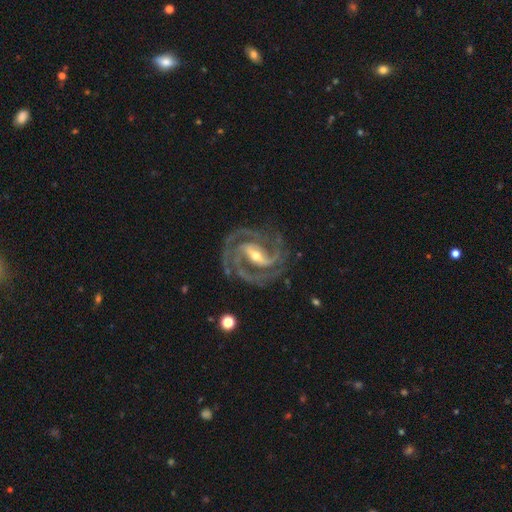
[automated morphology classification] Overall: featured or disk (90%). Edge-on disk: no (96%). Bar: strong (57%; weak 33%). Spiral arms: yes (98%). Spiral arm count: 2 (70%). Spiral winding: tight (54%; medium 40%). Bulge size: moderate (49%; small 46%). Merging: none (79%).